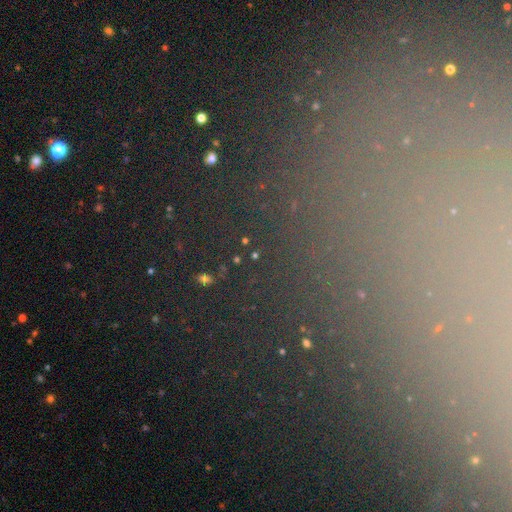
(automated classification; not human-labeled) Overall: star or artifact (73%).